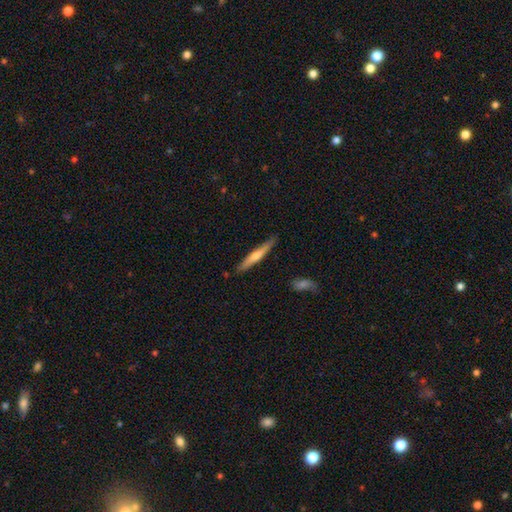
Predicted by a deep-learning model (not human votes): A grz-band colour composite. It shows a featured or disk galaxy (51%) viewed edge-on (95%). Merging: none (86%).